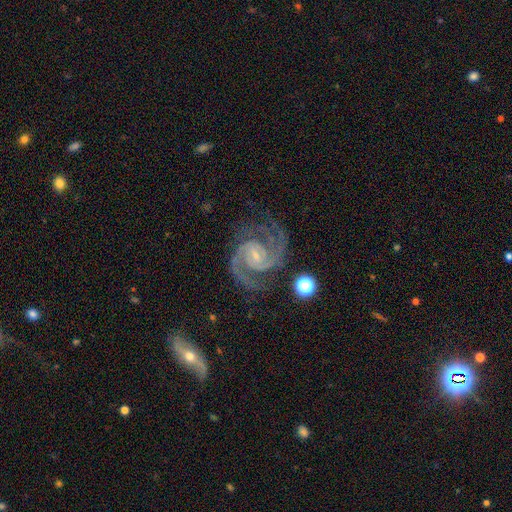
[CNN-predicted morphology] Smooth or featured? Predicted: featured or disk (p=0.93). Edge-on disk? Predicted: no (p=0.98). Bar? Predicted: no (p=0.45). Spiral arms? Predicted: yes (p=0.99). Spiral winding? Predicted: medium (p=0.53). Spiral arm count? Predicted: 2 (p=0.84). Bulge size? Predicted: small (p=0.76). Merging? Predicted: none (p=0.75).